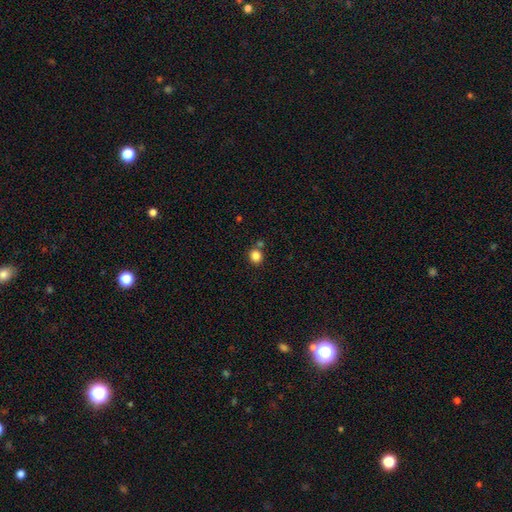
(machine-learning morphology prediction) A smooth galaxy with no disk features (85%) that is round (85%).

Vote fractions:
- Smooth or featured? smooth: 85% / star or artifact: 11% / featured or disk: 4%
- How rounded? round: 85% / in between: 14% / cigar-shaped: 1%
- Merging? none: 75% / merger: 14% / minor disturbance: 9% / major disturbance: 3%